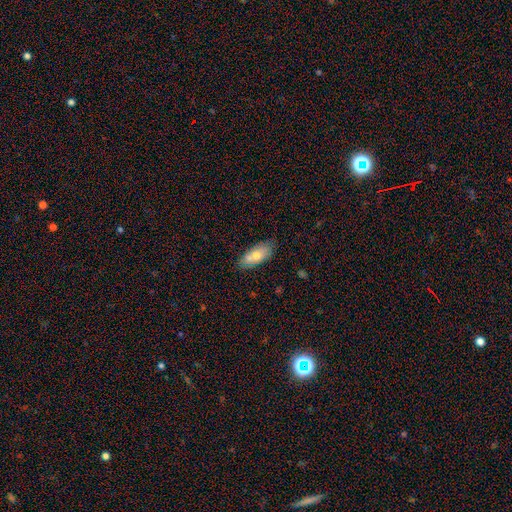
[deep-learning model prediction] smooth-or-featured: smooth: 70% | featured or disk: 23% | star or artifact: 7%
  how-rounded: in between: 85% | cigar-shaped: 12% | round: 3%
  merging: none: 71% | minor disturbance: 16% | merger: 10% | major disturbance: 3%